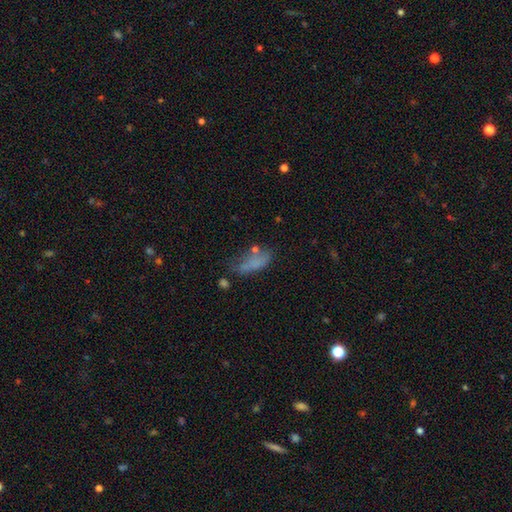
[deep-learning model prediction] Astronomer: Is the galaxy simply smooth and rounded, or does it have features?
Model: smooth — 66%.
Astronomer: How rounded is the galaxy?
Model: in between — 70%.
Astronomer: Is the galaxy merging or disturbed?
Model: none — 41% (runner-up: minor disturbance, 27%).